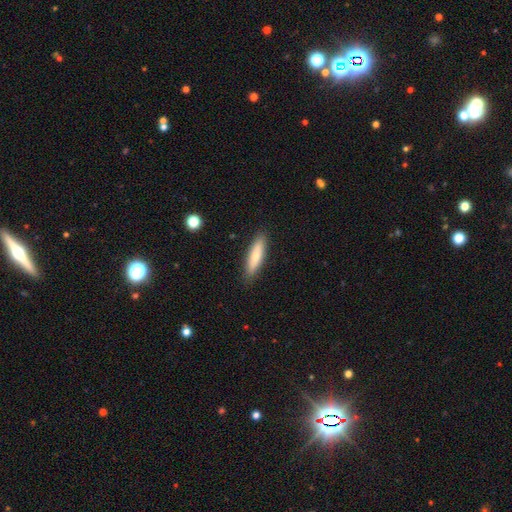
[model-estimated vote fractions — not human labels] This is likely a smooth galaxy (72%). How rounded: likely cigar-shaped (71%). Merging: clearly none (88%).